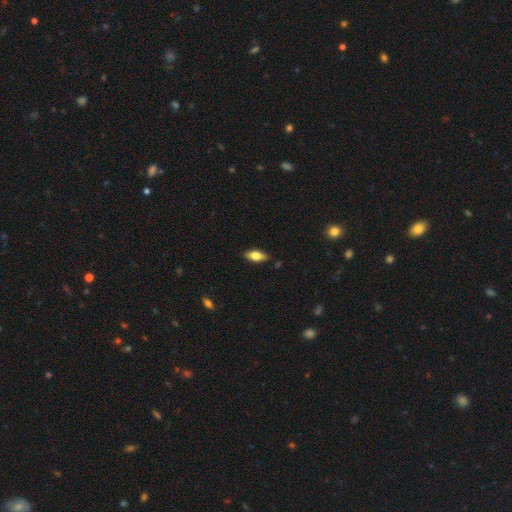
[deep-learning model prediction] Overall: smooth (72%). How rounded: in between (82%). Merging: none (83%).